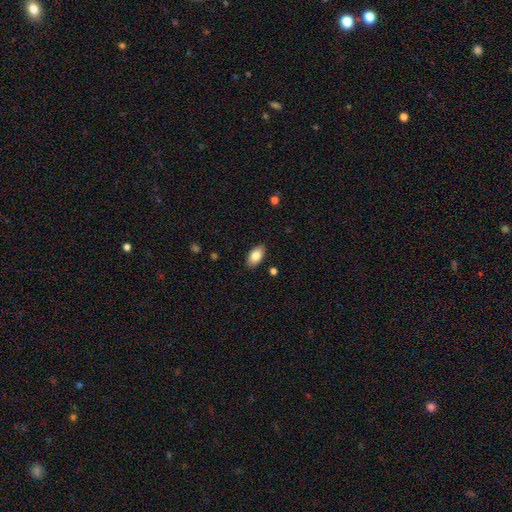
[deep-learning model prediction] Overall: smooth (83%). How rounded: in between (93%). Merging: none (87%).